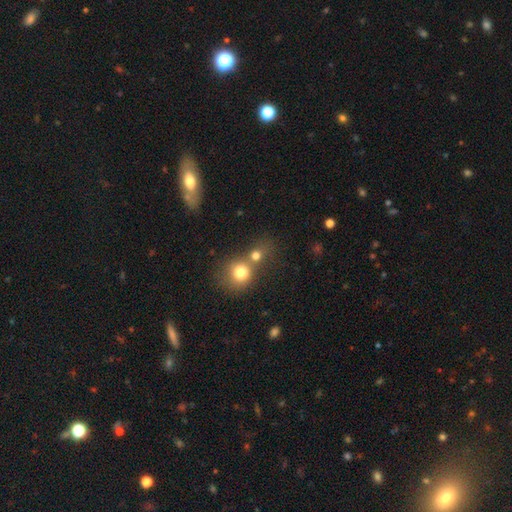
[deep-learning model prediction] Q: Smooth or featured?
A: smooth (76%); runner-up: star or artifact (13%)
Q: How rounded?
A: round (81%); runner-up: in between (17%)
Q: Merging?
A: merger (46%); runner-up: none (42%)